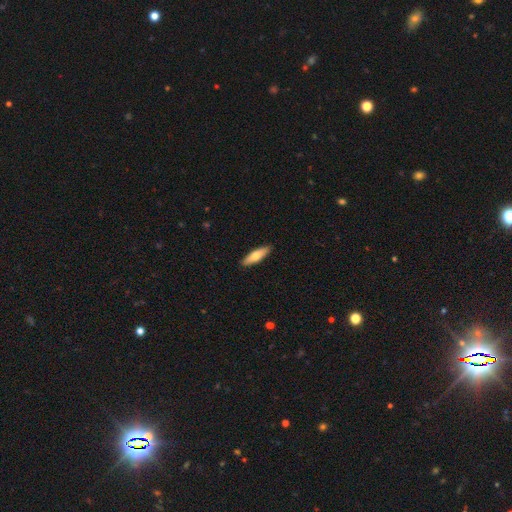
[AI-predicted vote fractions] Smooth or featured? smooth (68%)
How rounded? cigar-shaped (61%)
Merging? none (90%)